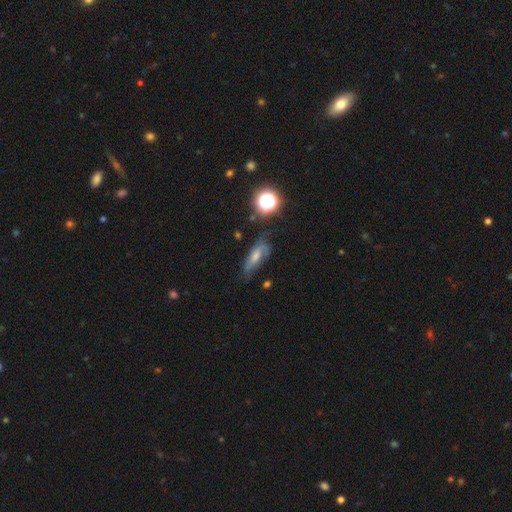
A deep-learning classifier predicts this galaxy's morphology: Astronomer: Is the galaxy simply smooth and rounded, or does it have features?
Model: smooth — 43% (runner-up: featured or disk, 42%).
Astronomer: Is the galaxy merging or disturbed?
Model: none — 51% (runner-up: minor disturbance, 28%).